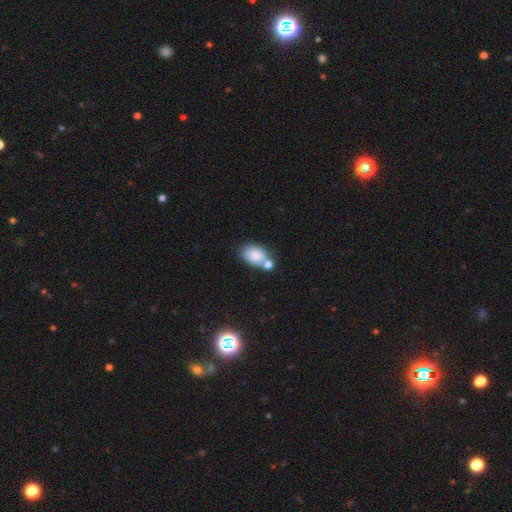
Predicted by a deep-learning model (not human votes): A smooth galaxy with no disk features (84%) that is in between round and cigar-shaped (85%).

Vote fractions:
- Smooth or featured? smooth: 84% / star or artifact: 8% / featured or disk: 8%
- How rounded? in between: 85% / round: 14% / cigar-shaped: 2%
- Merging? none: 49% / merger: 31% / minor disturbance: 15% / major disturbance: 5%